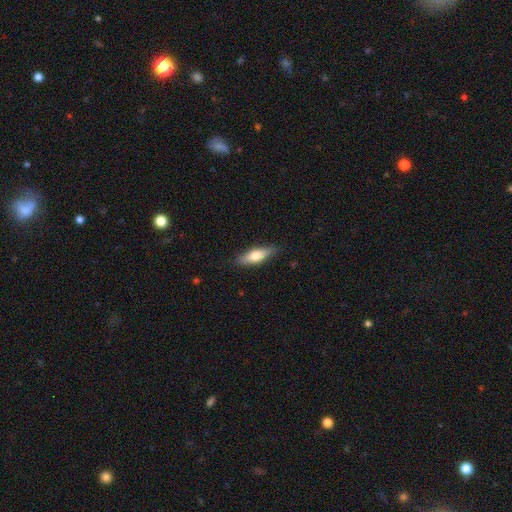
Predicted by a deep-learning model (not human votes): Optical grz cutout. It shows a smooth galaxy with no disk features (63%) that is in between round and cigar-shaped (50%). Merging: none (85%).